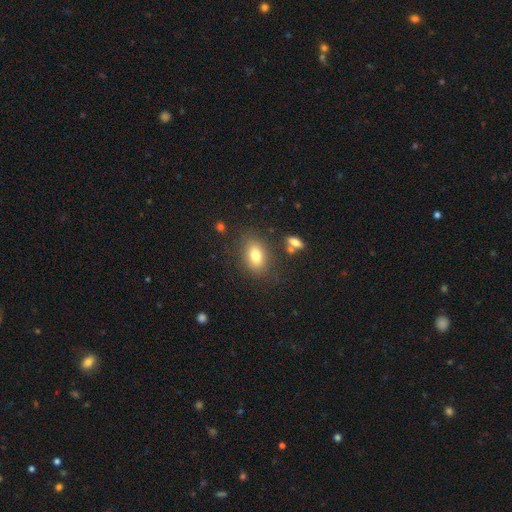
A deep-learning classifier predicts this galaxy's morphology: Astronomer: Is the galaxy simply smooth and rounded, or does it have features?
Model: smooth — 78%.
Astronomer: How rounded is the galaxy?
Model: in between — 81%.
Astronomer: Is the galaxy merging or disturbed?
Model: none — 80%.